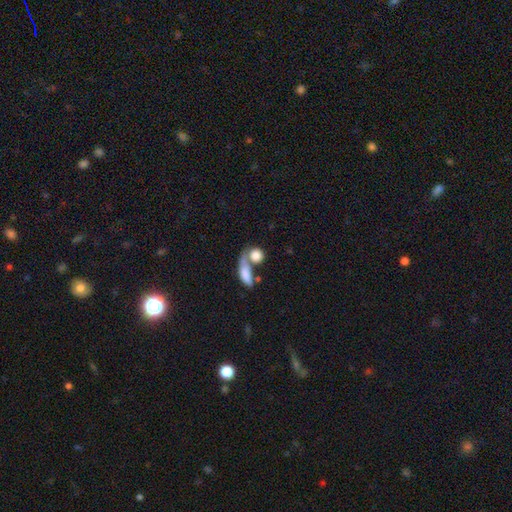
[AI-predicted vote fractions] A smooth galaxy with no disk features (80%) that is round (59%).

Vote fractions:
- Smooth or featured? smooth: 80% / featured or disk: 13% / star or artifact: 8%
- How rounded? round: 59% / in between: 34% / cigar-shaped: 7%
- Merging? merger: 48% / none: 34% / major disturbance: 9% / minor disturbance: 9%